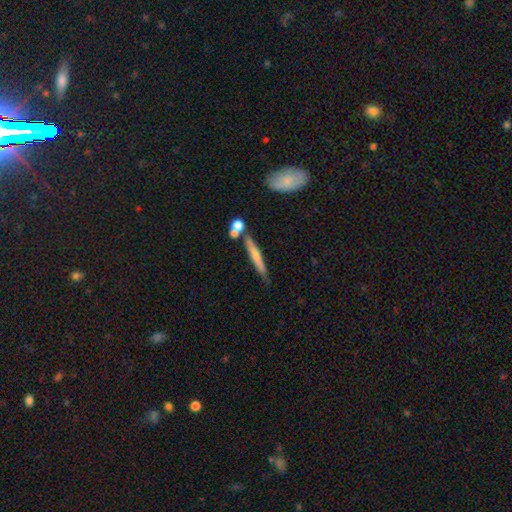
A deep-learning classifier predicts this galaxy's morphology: type=smooth (57%); roundness=cigar-shaped (92%); merging=none (69%).